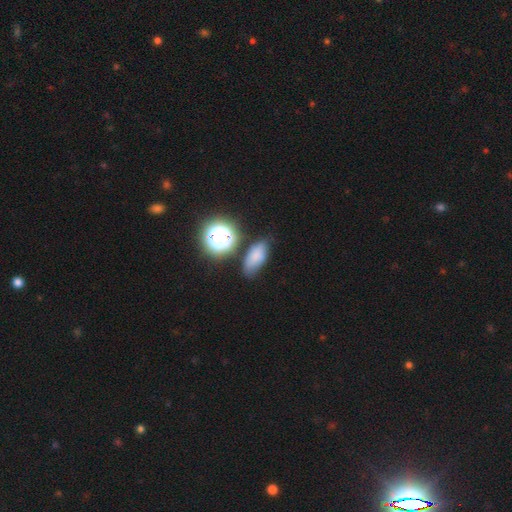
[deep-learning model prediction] A smooth galaxy with no disk features (70%) that is in between round and cigar-shaped (81%). Merging: none (67%).